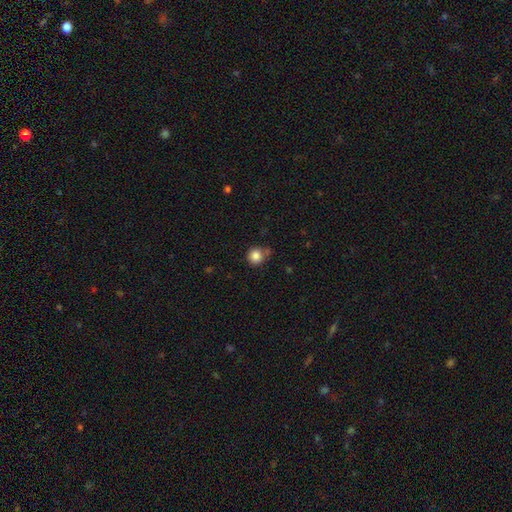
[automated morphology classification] smooth_or_featured: smooth (p=0.85) [alt: star or artifact p=0.10]
how_rounded: round (p=0.93) [alt: in between p=0.06]
merging: none (p=0.72) [alt: minor disturbance p=0.16]